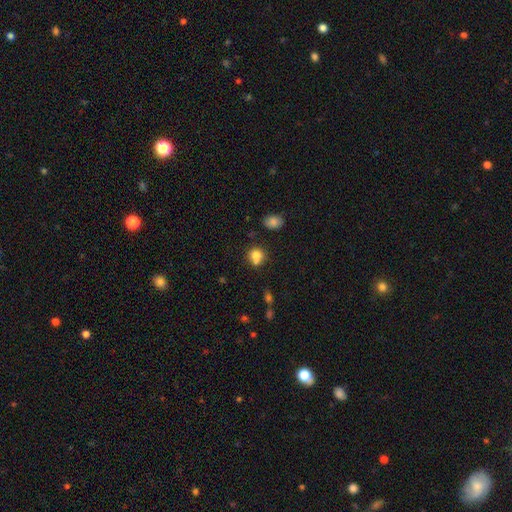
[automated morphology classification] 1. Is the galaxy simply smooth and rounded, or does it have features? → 77% smooth, 12% star or artifact, 11% featured or disk.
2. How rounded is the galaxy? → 76% round, 23% in between, 1% cigar-shaped.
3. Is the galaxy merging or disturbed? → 47% none, 33% merger, 15% minor disturbance, 5% major disturbance.